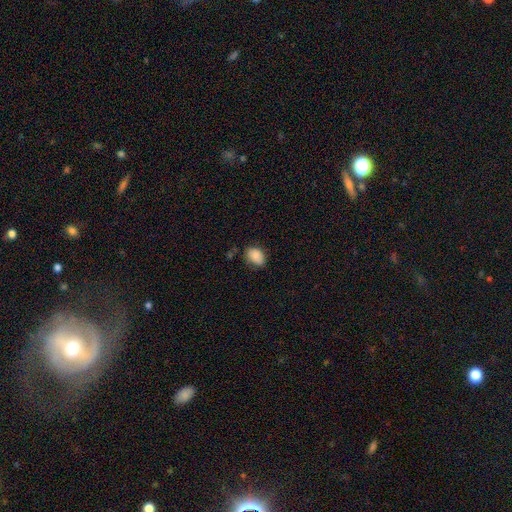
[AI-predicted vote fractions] smooth-or-featured: smooth: 87% | star or artifact: 8% | featured or disk: 6%
  how-rounded: in between: 79% | round: 20% | cigar-shaped: 1%
  merging: none: 70% | minor disturbance: 23% | major disturbance: 5% | merger: 2%